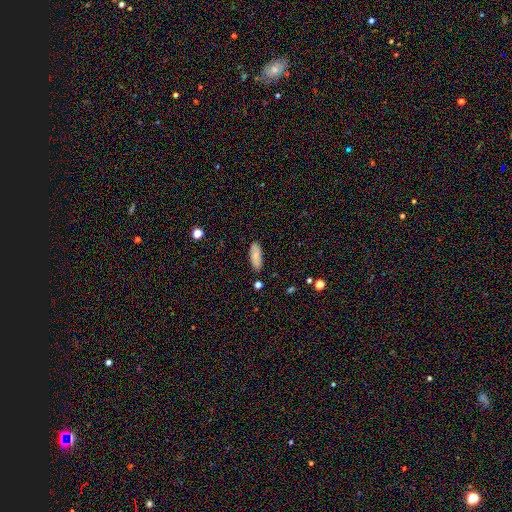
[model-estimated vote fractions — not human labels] smooth-or-featured: smooth: 76% | featured or disk: 17% | star or artifact: 7%
  how-rounded: in between: 79% | cigar-shaped: 18% | round: 2%
  merging: none: 84% | minor disturbance: 13% | major disturbance: 2% | merger: 2%